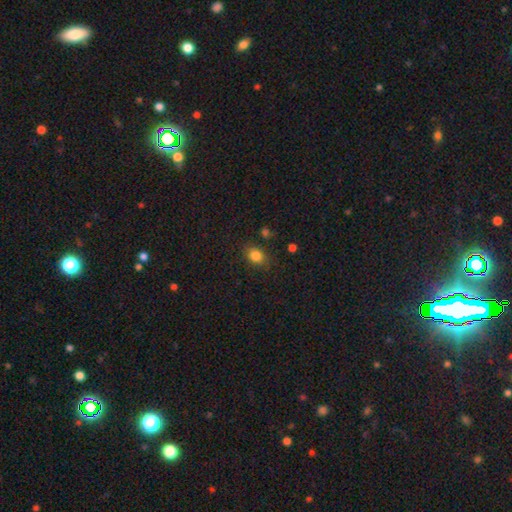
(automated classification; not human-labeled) This appears to be a smooth galaxy with no disk features (83%) that is in between round and cigar-shaped (56%). Merging: none (81%).